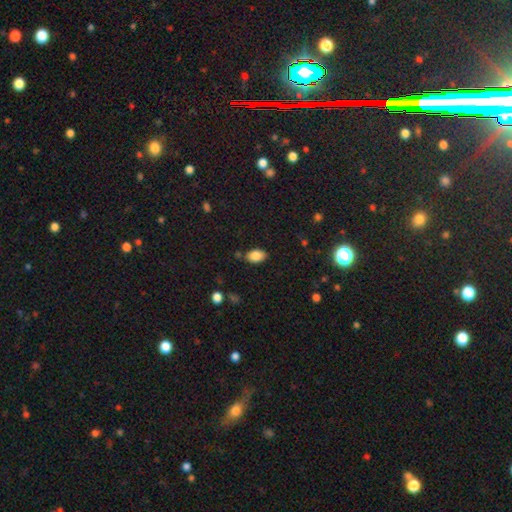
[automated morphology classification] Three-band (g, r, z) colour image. It shows a smooth galaxy with no disk features (85%) that is in between round and cigar-shaped (91%). Merging: none (78%).